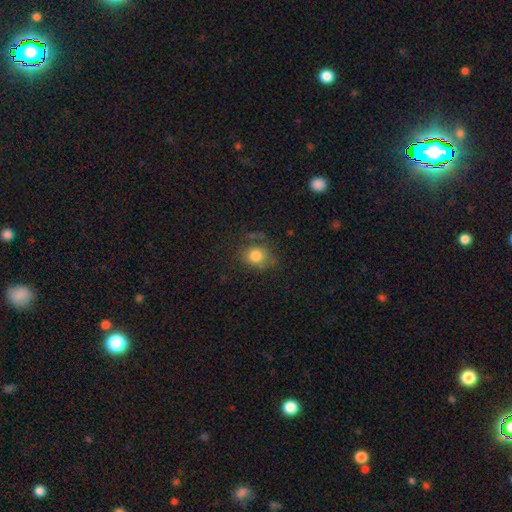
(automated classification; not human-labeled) Smooth or featured? smooth (80%)
How rounded? round (65%)
Merging? none (62%)